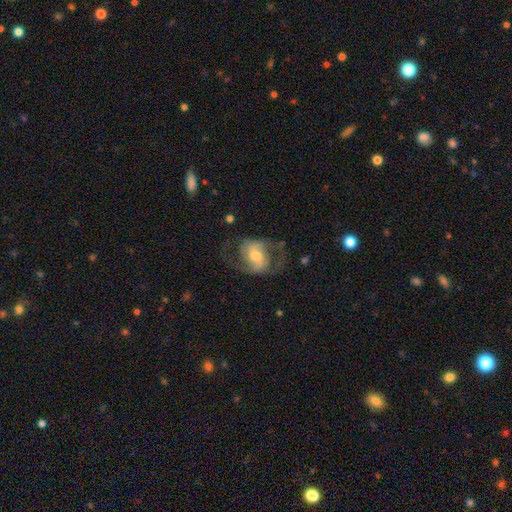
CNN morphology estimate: smooth_or_featured: featured or disk (p=0.74) [alt: smooth p=0.19]
disk_edge_on: no (p=0.97) [alt: yes p=0.03]
bar: weak (p=0.47) [alt: no p=0.35]
has_spiral_arms: yes (p=0.89) [alt: no p=0.11]
spiral_winding: medium (p=0.52) [alt: loose p=0.31]
spiral_arm_count: 2 (p=0.87) [alt: can't tell p=0.07]
bulge_size: moderate (p=0.55) [alt: small p=0.27]
merging: none (p=0.63) [alt: major disturbance p=0.19]